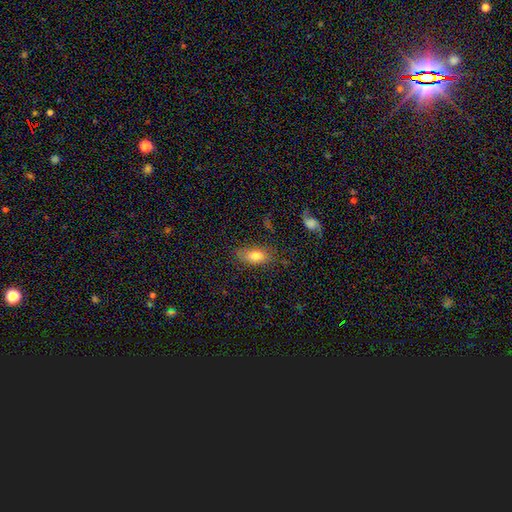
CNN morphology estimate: A smooth galaxy with no disk features (78%) that is in between round and cigar-shaped (85%). Merging: none (72%).